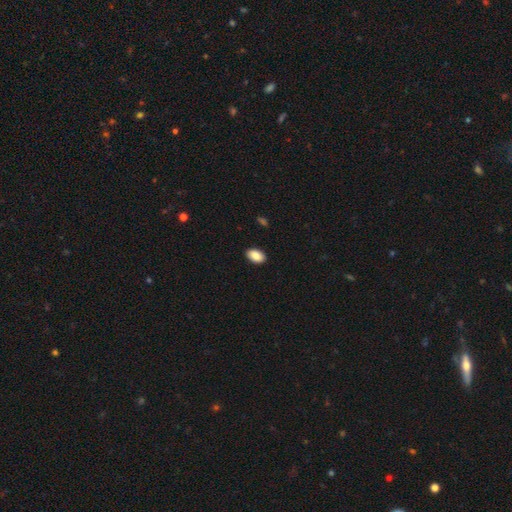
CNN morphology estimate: type=smooth (88%); roundness=in between (93%); merging=none (90%).